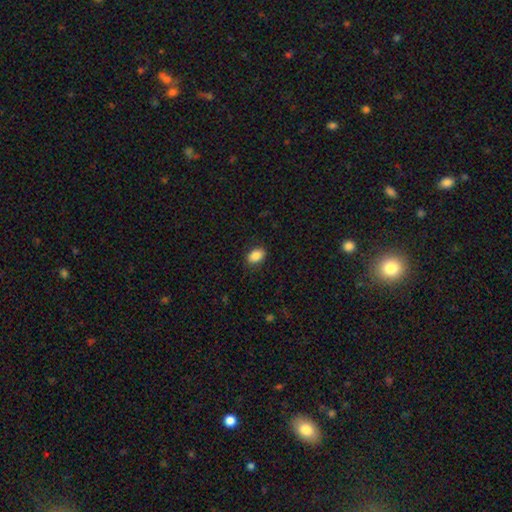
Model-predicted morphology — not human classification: Smooth or featured: smooth — 87% (star or artifact — 8%)
How rounded: in between — 82% (round — 16%)
Merging: none — 87% (minor disturbance — 10%)